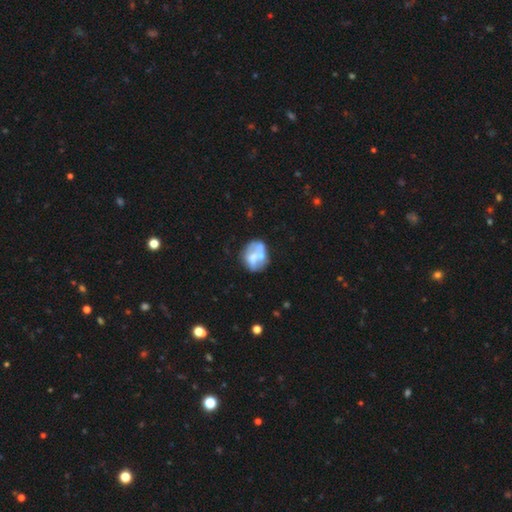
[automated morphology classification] Q: Smooth or featured?
A: featured or disk (52%); runner-up: smooth (40%)
Q: Edge-on disk?
A: no (98%); runner-up: yes (2%)
Q: Bar?
A: no (84%); runner-up: weak (12%)
Q: Spiral arms?
A: no (87%); runner-up: yes (13%)
Q: Bulge size?
A: moderate (38%); runner-up: none (31%)
Q: Merging?
A: none (39%); runner-up: merger (27%)